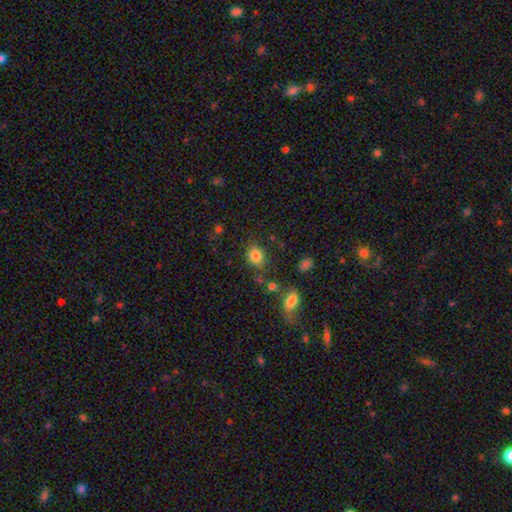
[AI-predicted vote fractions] This is clearly a smooth galaxy (83%). How rounded: possibly round (55%). Merging: likely none (73%).